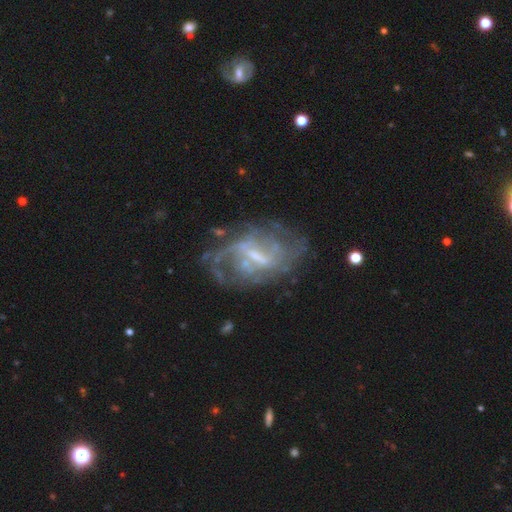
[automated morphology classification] Smooth or featured?
  - featured or disk: 84% *
  - smooth: 8%
  - star or artifact: 8%
Edge-on disk?
  - no: 97% *
  - yes: 3%
Bar?
  - weak: 51% *
  - strong: 34%
  - no: 16%
Spiral arms?
  - yes: 85% *
  - no: 15%
Spiral winding?
  - medium: 42% *
  - loose: 30%
  - tight: 28%
Spiral arm count?
  - can't tell: 41% *
  - 2: 27%
  - 3: 13%
  - 4: 8%
  - 1: 6%
  - more than 4: 5%
Bulge size?
  - small: 45% *
  - moderate: 30%
  - none: 22%
  - large: 3%
  - dominant: 1%
Merging?
  - none: 57% *
  - major disturbance: 21%
  - minor disturbance: 19%
  - merger: 4%